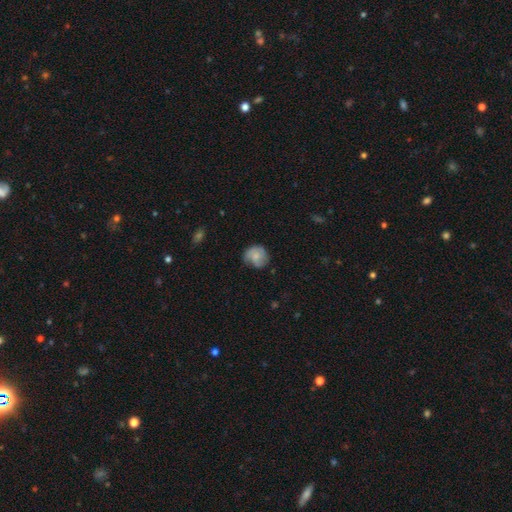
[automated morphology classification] type=smooth (63%); roundness=round (74%); merging=none (56%).